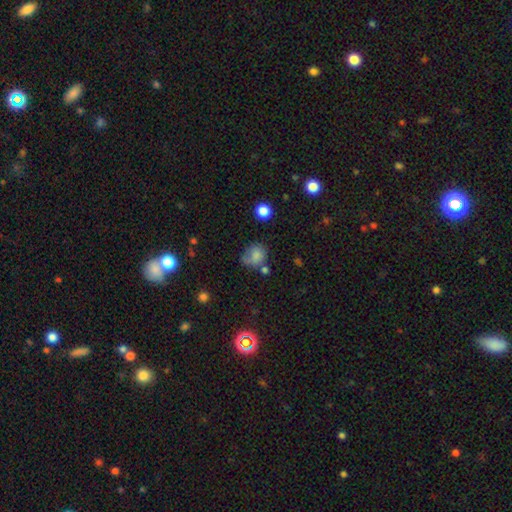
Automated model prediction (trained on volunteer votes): Smooth or featured? smooth (75%)
How rounded? round (67%)
Merging? none (45%)